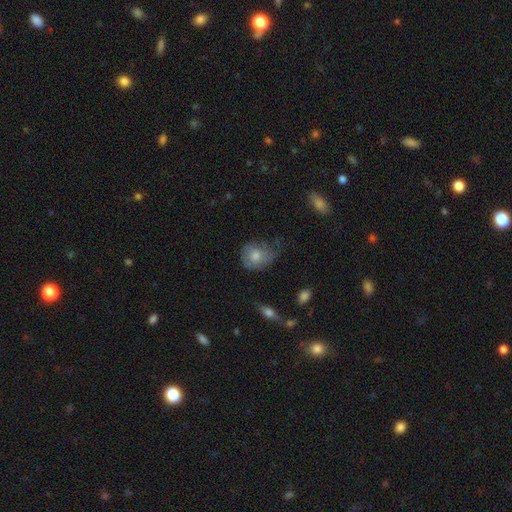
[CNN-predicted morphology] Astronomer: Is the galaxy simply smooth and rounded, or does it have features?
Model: smooth — 57% (runner-up: featured or disk, 33%).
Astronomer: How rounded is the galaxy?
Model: round — 63%.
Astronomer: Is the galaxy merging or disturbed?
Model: none — 44% (runner-up: minor disturbance, 35%).